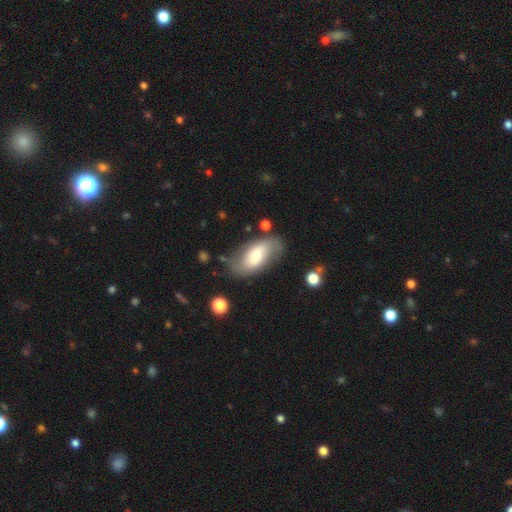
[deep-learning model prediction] This is possibly a smooth galaxy (53%). How rounded: clearly in between (90%). Merging: likely none (68%).